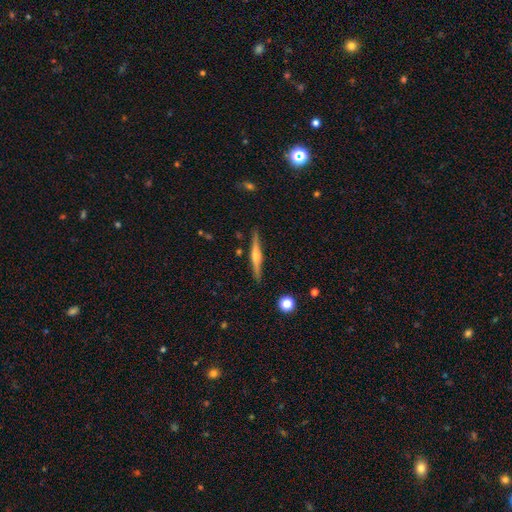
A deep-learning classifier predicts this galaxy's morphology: smooth_or_featured: featured or disk (p=0.72) [alt: smooth p=0.22]
disk_edge_on: yes (p=0.98) [alt: no p=0.02]
edge_on_bulge: rounded (p=0.83) [alt: boxy p=0.10]
merging: none (p=0.89) [alt: minor disturbance p=0.07]